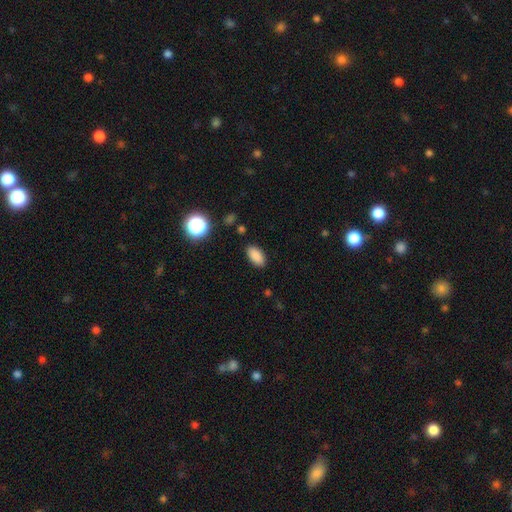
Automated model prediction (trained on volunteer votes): Q: Smooth or featured?
A: smooth (87%); runner-up: star or artifact (9%)
Q: How rounded?
A: in between (91%); runner-up: cigar-shaped (5%)
Q: Merging?
A: none (87%); runner-up: minor disturbance (9%)